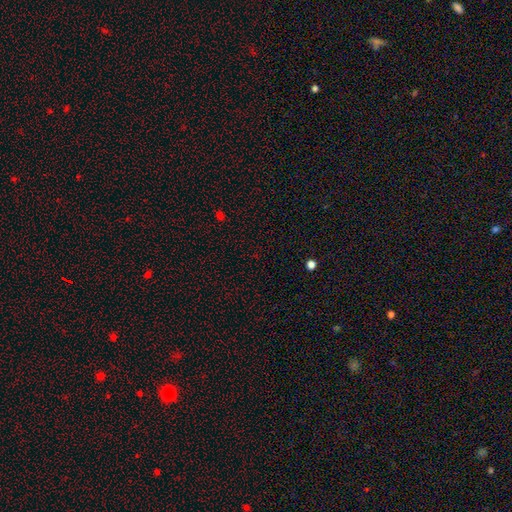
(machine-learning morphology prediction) The model was most divided on "smooth or featured": star or artifact: 65%, smooth: 29%, featured or disk: 7%.